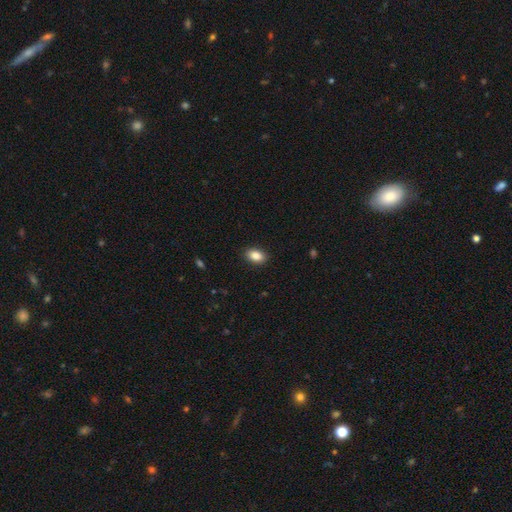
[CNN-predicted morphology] Smooth or featured? Predicted: smooth (p=0.87). How rounded? Predicted: in between (p=0.88). Merging? Predicted: none (p=0.90).